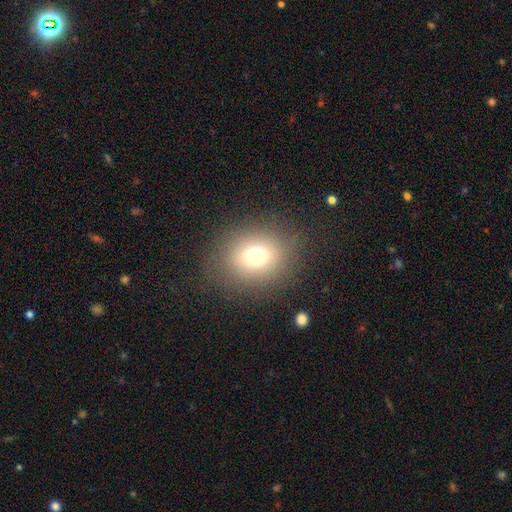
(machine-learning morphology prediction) The model was most divided on "how rounded": round: 59%, in between: 40%, cigar-shaped: 1%. More confident: merging — none (83%); smooth or featured — smooth (73%).